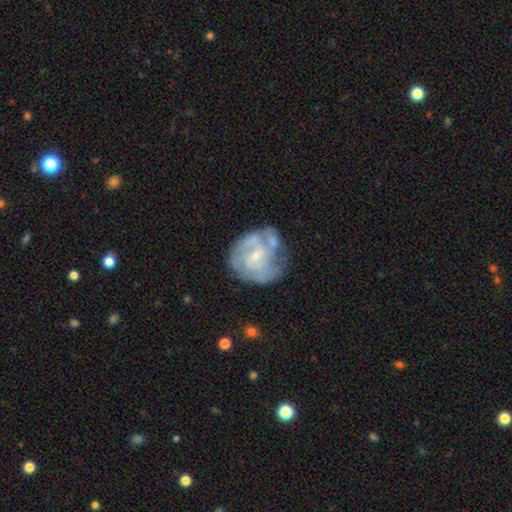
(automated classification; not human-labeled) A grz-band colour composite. It shows a featured or disk galaxy (79%) with no bar (57%), tight (54%) spiral arms (86%) and a small central bulge (74%). Merging: none (47%).